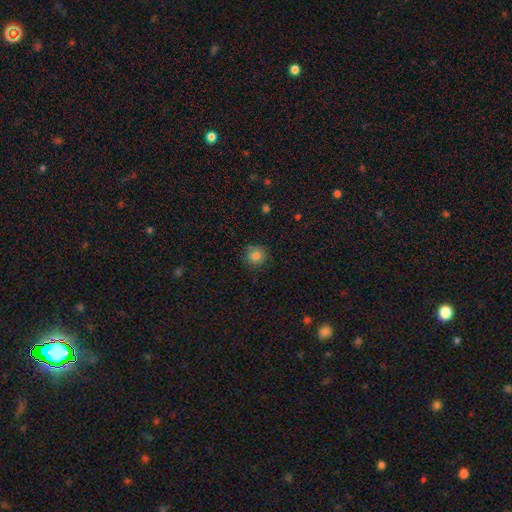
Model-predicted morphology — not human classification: type=smooth (80%); roundness=round (91%); merging=none (82%).